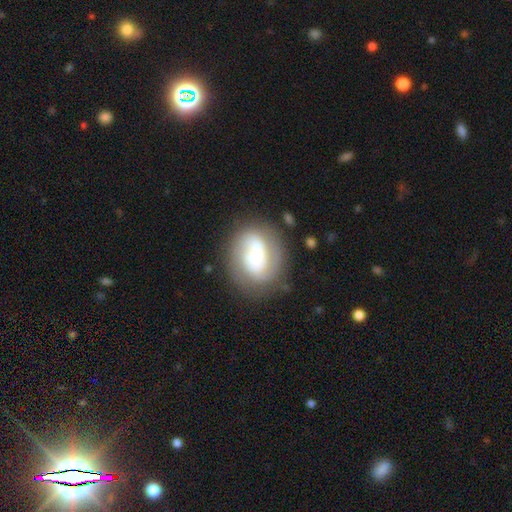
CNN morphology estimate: This appears to be a featured or disk galaxy (60%) with no bar (61%), spiral arms (77%) and a small central bulge (39%). Merging: none (66%).